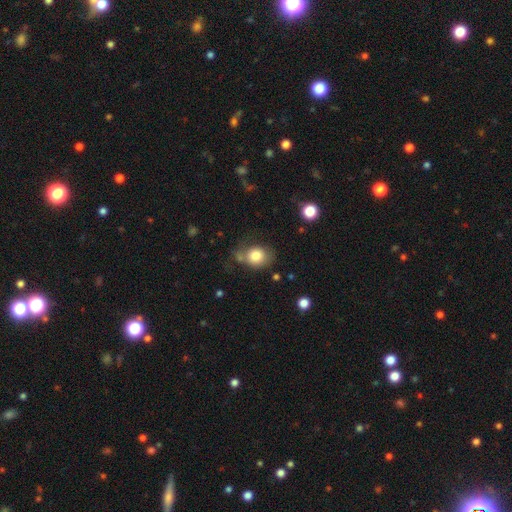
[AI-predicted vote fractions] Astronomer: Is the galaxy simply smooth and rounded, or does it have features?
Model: smooth — 79%.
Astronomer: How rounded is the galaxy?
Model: round — 58% (runner-up: in between, 41%).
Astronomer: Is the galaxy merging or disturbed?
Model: none — 55%.